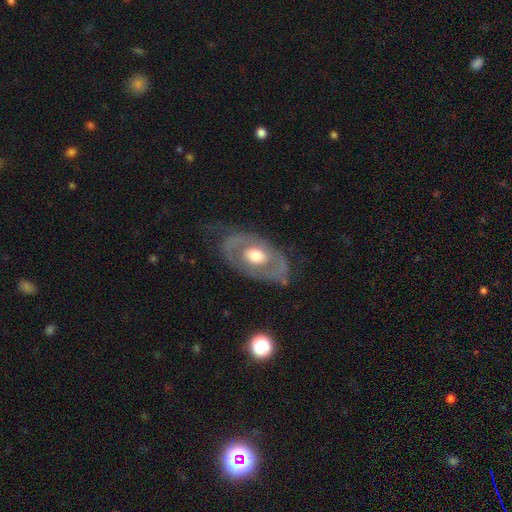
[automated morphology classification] smooth-or-featured: featured or disk: 63% | smooth: 32% | star or artifact: 5%
  disk-edge-on: no: 92% | yes: 8%
    bar: no: 83% | weak: 13% | strong: 4%
    has-spiral-arms: no: 68% | yes: 32%
    bulge-size: moderate: 59% | large: 32% | small: 6% | dominant: 3% | none: 1%
  merging: none: 68% | minor disturbance: 19% | major disturbance: 12% | merger: 2%